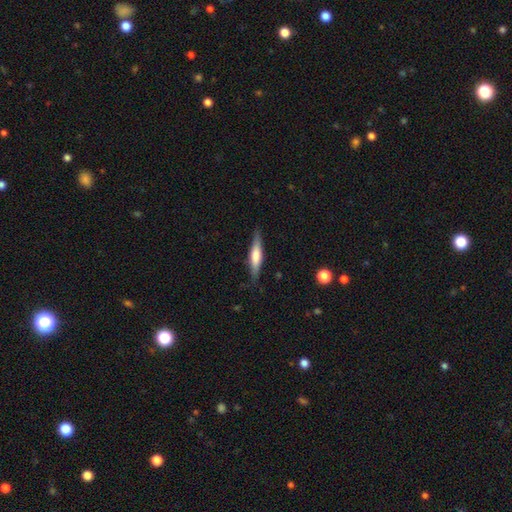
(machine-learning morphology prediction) The model was most divided on "smooth or featured": smooth: 49%, featured or disk: 45%, star or artifact: 6%. More confident: merging — none (84%).